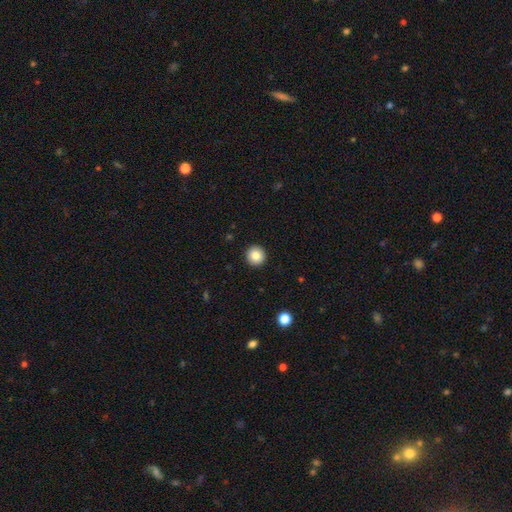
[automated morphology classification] This appears to be a smooth galaxy with no disk features (85%) that is round (95%). Merging: none (93%).